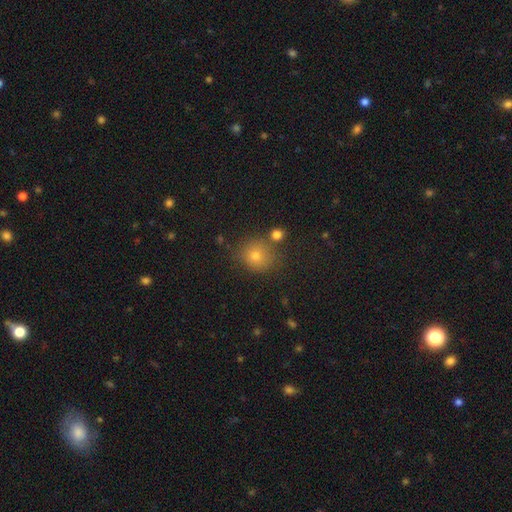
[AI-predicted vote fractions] This is likely a smooth galaxy (74%). How rounded: clearly round (82%). Merging: likely none (75%).